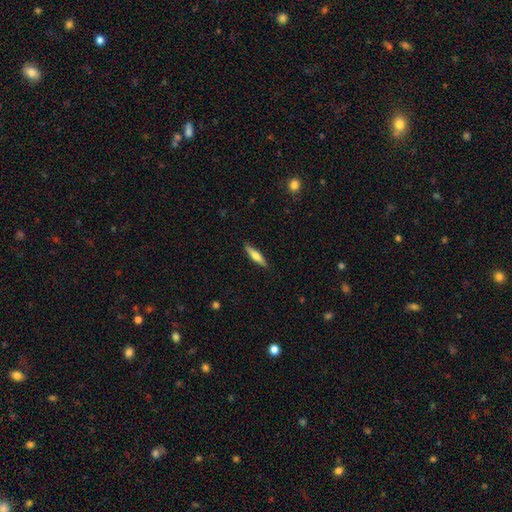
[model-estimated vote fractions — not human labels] Smooth or featured? smooth (55%)
How rounded? cigar-shaped (82%)
Merging? none (89%)